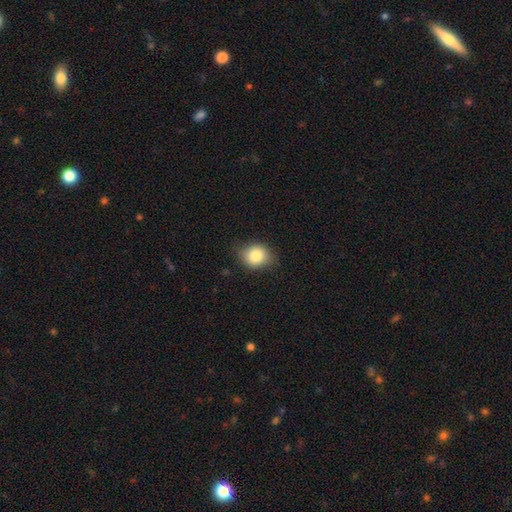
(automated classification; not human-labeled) smooth_or_featured: smooth (p=0.83) [alt: star or artifact p=0.09]
how_rounded: round (p=0.59) [alt: in between p=0.40]
merging: none (p=0.77) [alt: minor disturbance p=0.18]